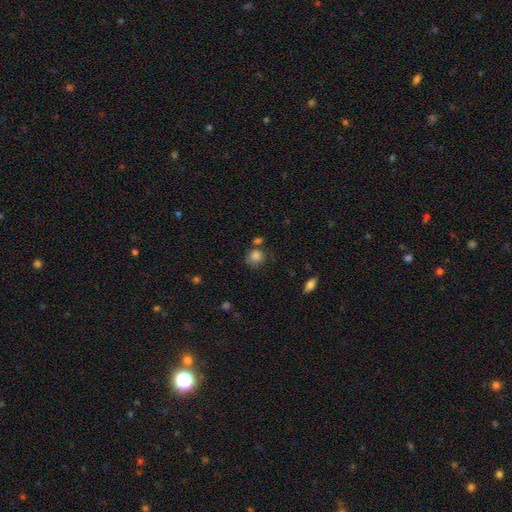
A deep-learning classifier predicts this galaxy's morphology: Overall: smooth (83%). How rounded: round (80%). Merging: none (63%).